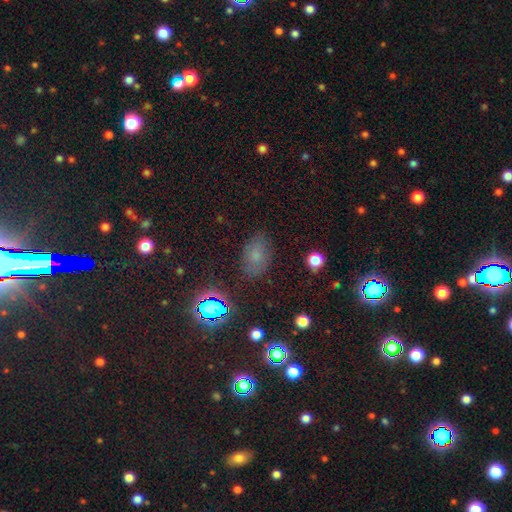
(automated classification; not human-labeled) A smooth galaxy with no disk features (65%) that is in between round and cigar-shaped (83%).

Vote fractions:
- Smooth or featured? smooth: 65% / star or artifact: 22% / featured or disk: 13%
- How rounded? in between: 83% / round: 15% / cigar-shaped: 2%
- Merging? none: 78% / minor disturbance: 16% / major disturbance: 5% / merger: 2%